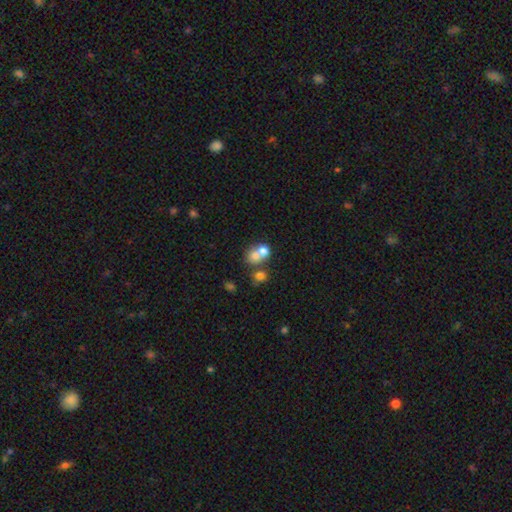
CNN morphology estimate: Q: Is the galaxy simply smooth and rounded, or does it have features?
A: smooth — 71%.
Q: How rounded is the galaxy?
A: round — 69%.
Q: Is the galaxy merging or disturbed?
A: merger — 61%.